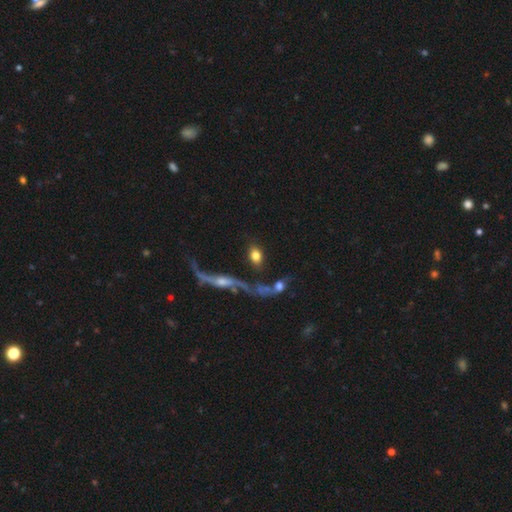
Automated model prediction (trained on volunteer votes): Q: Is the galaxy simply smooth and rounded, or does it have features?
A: smooth — 74%.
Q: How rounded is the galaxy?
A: in between — 73%.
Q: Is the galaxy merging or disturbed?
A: none — 58%.